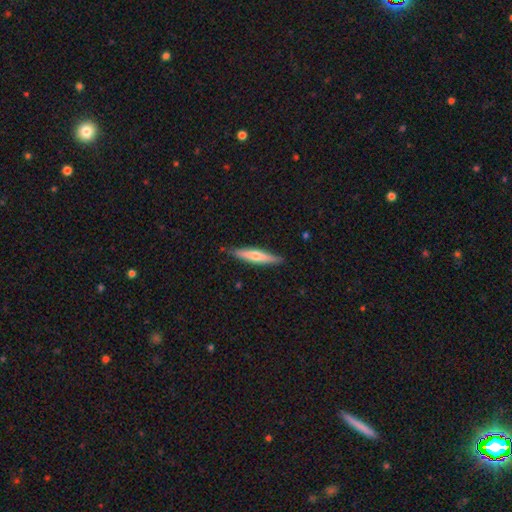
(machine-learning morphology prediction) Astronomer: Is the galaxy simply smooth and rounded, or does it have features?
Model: smooth — 50% (runner-up: featured or disk, 44%).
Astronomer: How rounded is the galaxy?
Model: cigar-shaped — 87%.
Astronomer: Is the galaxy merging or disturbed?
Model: none — 86%.